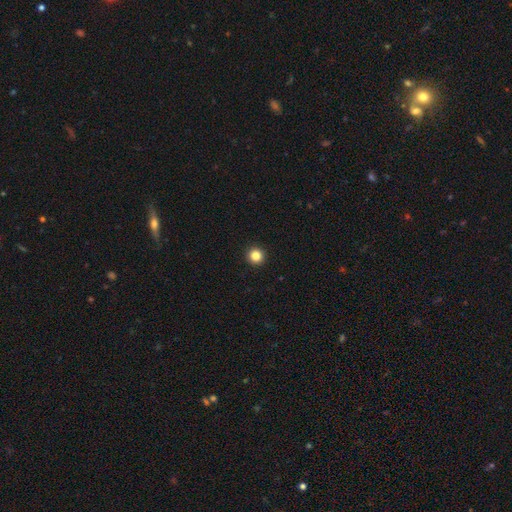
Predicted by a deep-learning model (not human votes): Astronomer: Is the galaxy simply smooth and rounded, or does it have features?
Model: smooth — 84%.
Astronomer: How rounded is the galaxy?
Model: round — 96%.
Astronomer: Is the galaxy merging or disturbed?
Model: none — 94%.